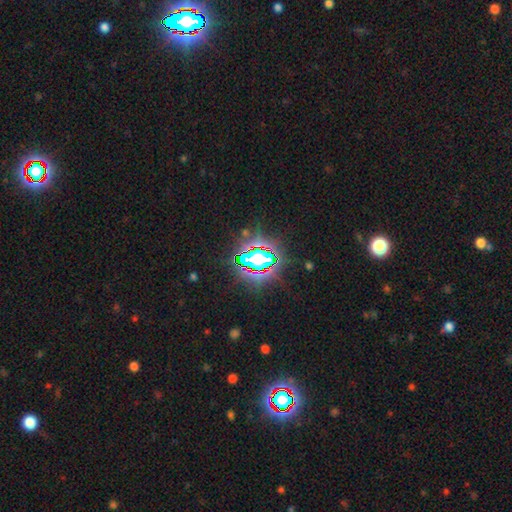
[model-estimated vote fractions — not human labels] Smooth or featured?
  - star or artifact: 73% *
  - smooth: 15%
  - featured or disk: 12%